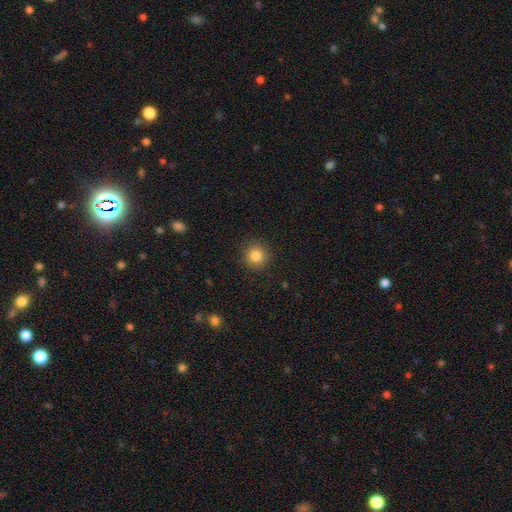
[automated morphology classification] Smooth or featured? smooth (84%)
How rounded? round (93%)
Merging? none (91%)